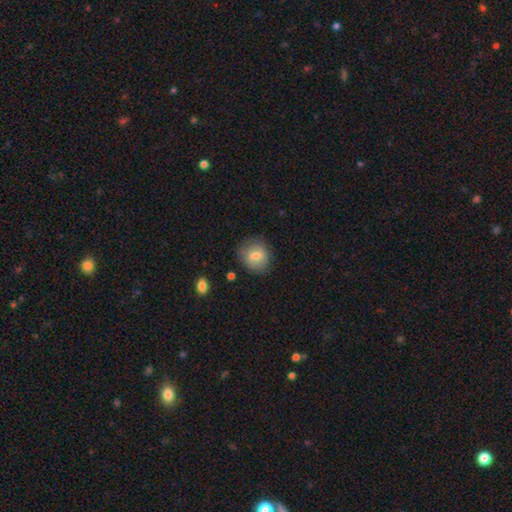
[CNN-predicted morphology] A smooth galaxy with no disk features (74%) that is round (76%).

Vote fractions:
- Smooth or featured? smooth: 74% / featured or disk: 18% / star or artifact: 8%
- How rounded? round: 76% / in between: 23% / cigar-shaped: 1%
- Merging? none: 79% / minor disturbance: 15% / major disturbance: 4% / merger: 2%